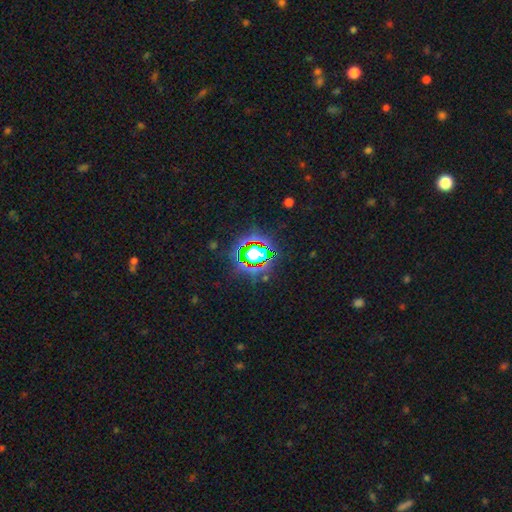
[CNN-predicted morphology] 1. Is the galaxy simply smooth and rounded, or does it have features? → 76% star or artifact, 14% smooth, 10% featured or disk.